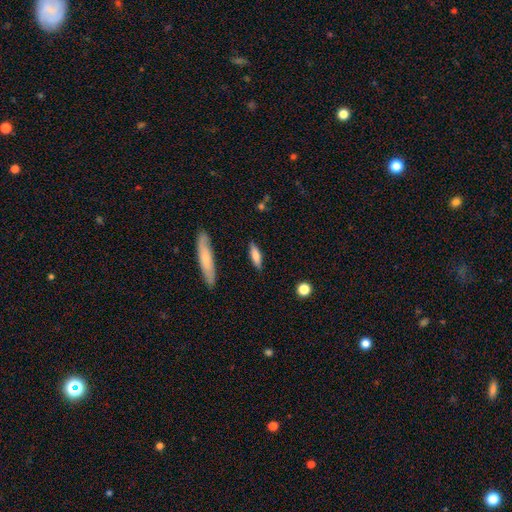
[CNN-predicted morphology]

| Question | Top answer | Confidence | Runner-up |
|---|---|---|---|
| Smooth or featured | smooth | 71% | featured or disk (22%) |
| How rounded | cigar-shaped | 60% | in between (37%) |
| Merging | none | 85% | minor disturbance (11%) |